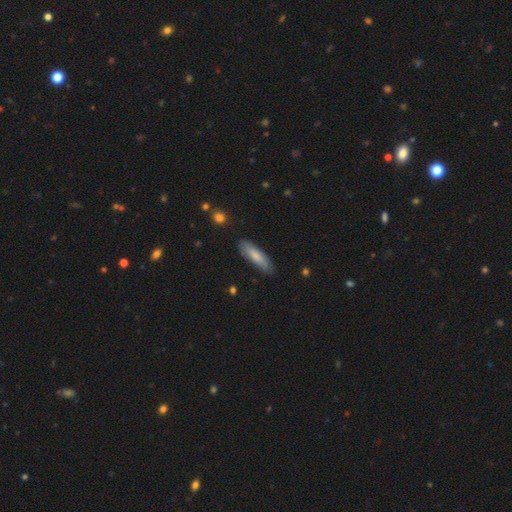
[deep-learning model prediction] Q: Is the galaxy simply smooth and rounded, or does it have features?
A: smooth — 77%.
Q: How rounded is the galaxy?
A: cigar-shaped — 64%.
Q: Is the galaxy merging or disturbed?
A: none — 82%.